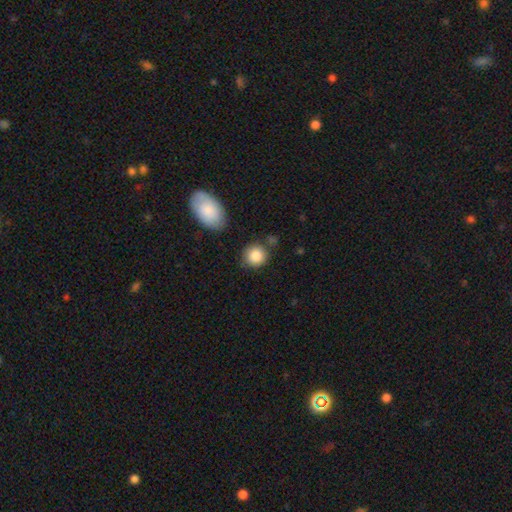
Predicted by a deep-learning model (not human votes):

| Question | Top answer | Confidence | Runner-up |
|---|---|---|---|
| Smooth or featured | smooth | 87% | star or artifact (8%) |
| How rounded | round | 86% | in between (13%) |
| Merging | none | 78% | minor disturbance (12%) |